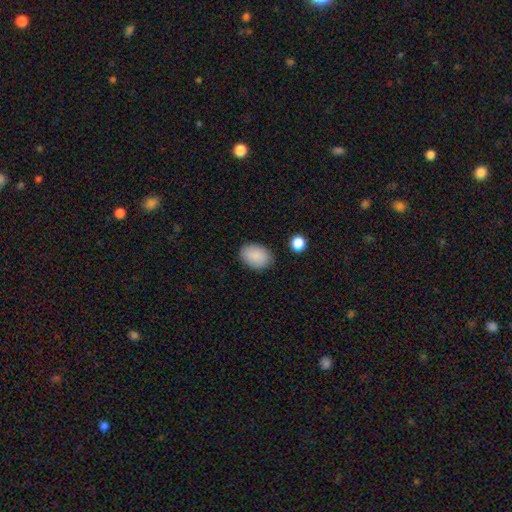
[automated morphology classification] smooth_or_featured: smooth (p=0.88) [alt: star or artifact p=0.07]
how_rounded: in between (p=0.82) [alt: round p=0.17]
merging: none (p=0.84) [alt: minor disturbance p=0.11]